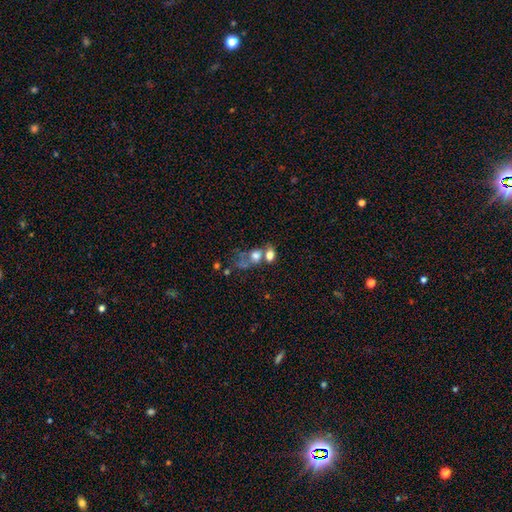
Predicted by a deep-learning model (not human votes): This is likely a smooth galaxy (67%). How rounded: likely in between (63%). Merging: possibly merger (53%).